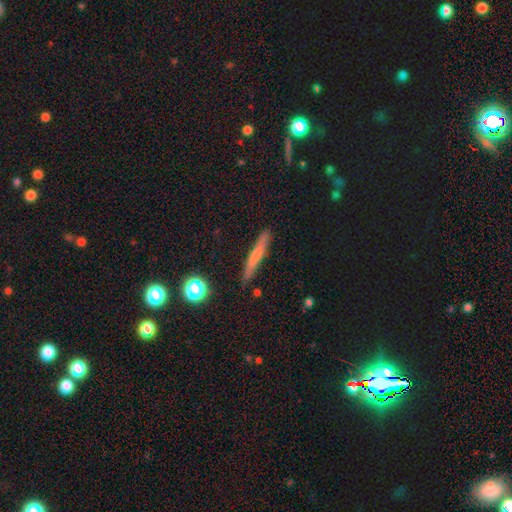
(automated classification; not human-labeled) Smooth or featured: smooth — 60% (featured or disk — 31%)
How rounded: cigar-shaped — 93% (in between — 4%)
Merging: none — 87% (minor disturbance — 9%)